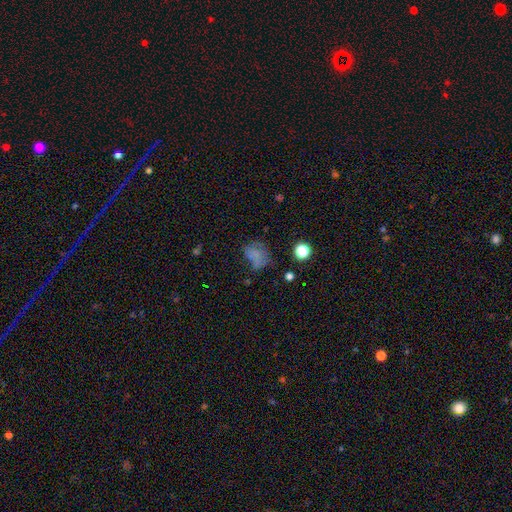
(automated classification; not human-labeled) Morphology: type=smooth (59%); roundness=in between (55%); merging=none (41%).